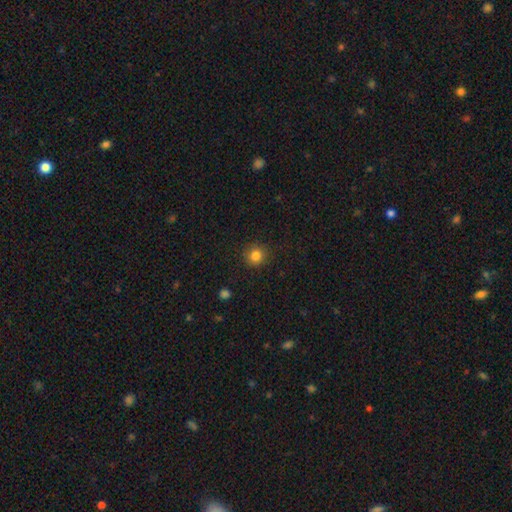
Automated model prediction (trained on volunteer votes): smooth 83%, star or artifact 12%, featured or disk 5%. Down the decision tree: how rounded — round (91%); merging — none (90%).